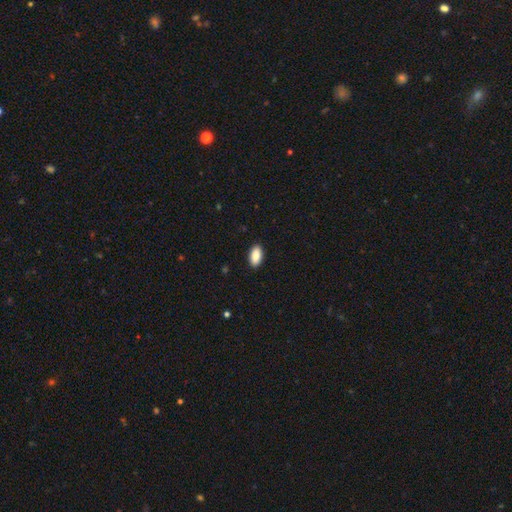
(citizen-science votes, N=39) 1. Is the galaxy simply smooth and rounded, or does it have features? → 95% smooth, 5% star or artifact, 0% featured or disk.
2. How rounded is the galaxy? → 95% in between, 5% cigar-shaped, 0% round.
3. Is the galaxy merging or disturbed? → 95% none, 3% minor disturbance, 3% major disturbance, 0% merger.